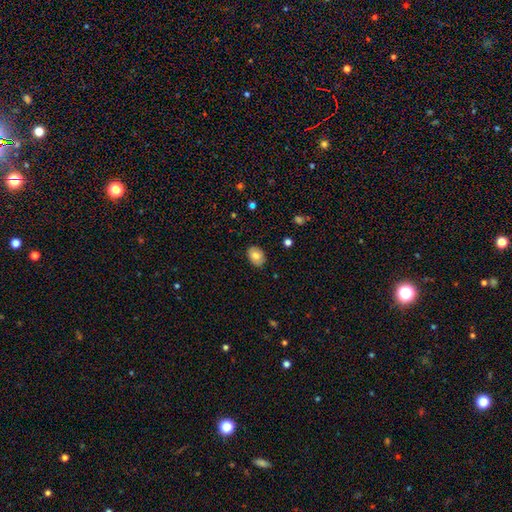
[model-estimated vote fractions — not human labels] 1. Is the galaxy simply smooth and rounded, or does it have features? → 78% smooth, 15% featured or disk, 8% star or artifact.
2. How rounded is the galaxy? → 74% in between, 25% round, 1% cigar-shaped.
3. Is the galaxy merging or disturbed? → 85% none, 11% minor disturbance, 2% major disturbance, 1% merger.